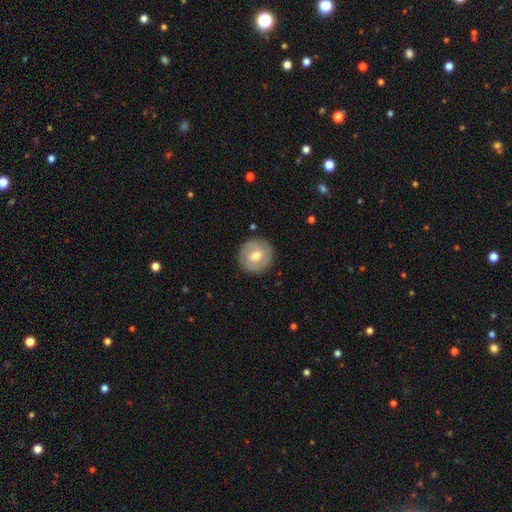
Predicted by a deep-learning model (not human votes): Smooth or featured: smooth — 55% (featured or disk — 38%)
How rounded: round — 94% (in between — 5%)
Merging: none — 88% (minor disturbance — 8%)